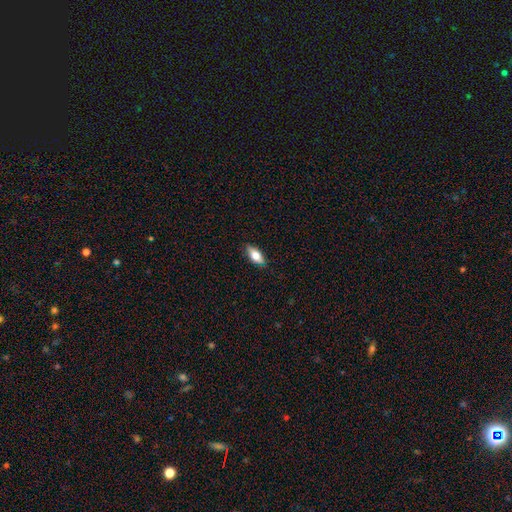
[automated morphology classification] type=smooth (69%); roundness=in between (78%); merging=none (86%).